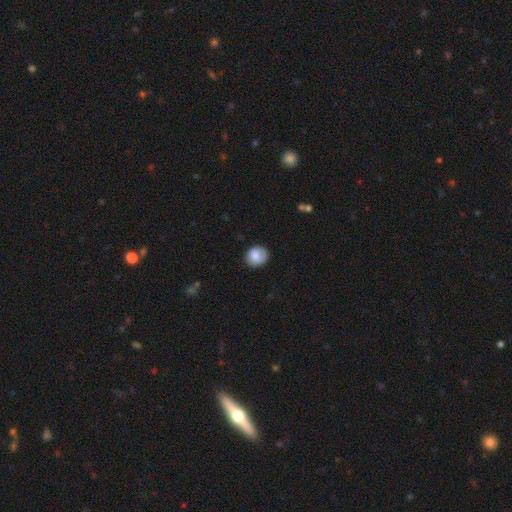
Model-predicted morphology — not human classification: A smooth galaxy with no disk features (83%) that is round (72%).

Vote fractions:
- Smooth or featured? smooth: 83% / featured or disk: 9% / star or artifact: 8%
- How rounded? round: 72% / in between: 27% / cigar-shaped: 1%
- Merging? none: 77% / minor disturbance: 18% / major disturbance: 4% / merger: 1%